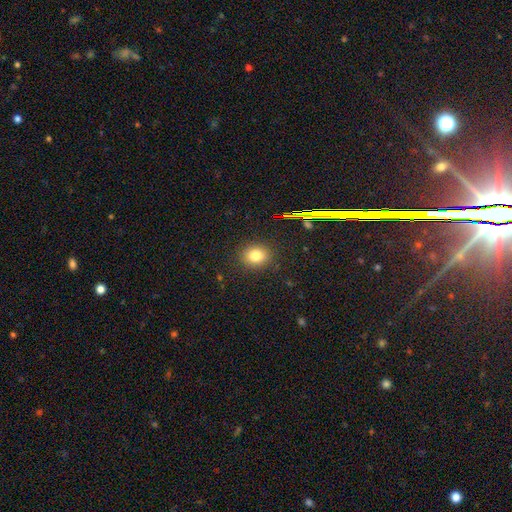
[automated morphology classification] A smooth galaxy with no disk features (77%) that is round (65%).

Vote fractions:
- Smooth or featured? smooth: 77% / star or artifact: 15% / featured or disk: 8%
- How rounded? round: 65% / in between: 34% / cigar-shaped: 1%
- Merging? none: 88% / minor disturbance: 8% / major disturbance: 3% / merger: 1%